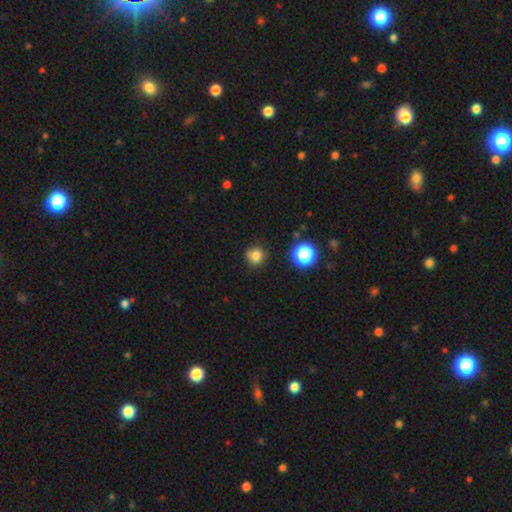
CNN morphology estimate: Smooth or featured? Predicted: smooth (p=0.80). How rounded? Predicted: round (p=0.92). Merging? Predicted: none (p=0.85).